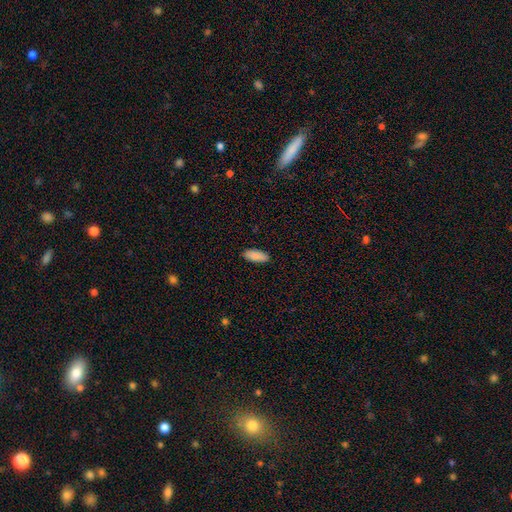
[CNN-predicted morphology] Smooth or featured: smooth — 89% (star or artifact — 6%)
How rounded: in between — 83% (cigar-shaped — 15%)
Merging: none — 89% (minor disturbance — 8%)